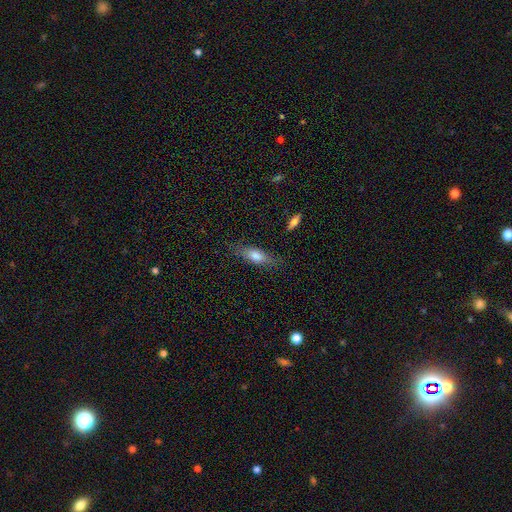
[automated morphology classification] This is likely a smooth galaxy (71%). How rounded: possibly in between (57%). Merging: likely none (76%).